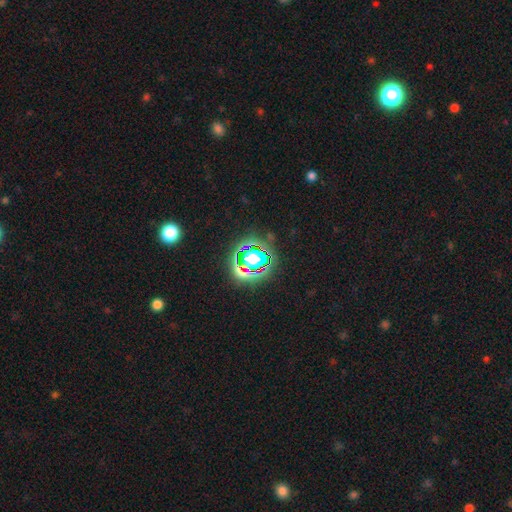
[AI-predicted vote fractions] A star or artifact, not a galaxy (60%).